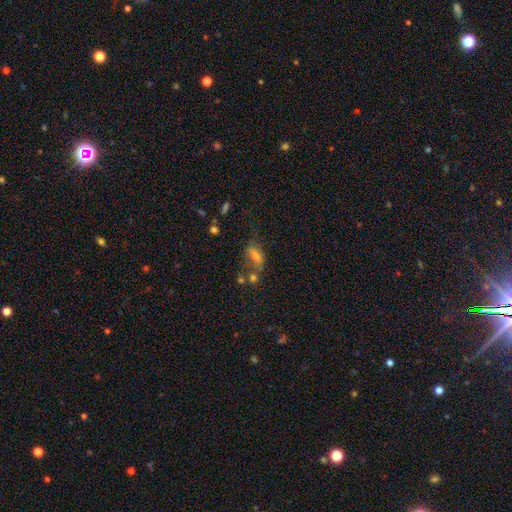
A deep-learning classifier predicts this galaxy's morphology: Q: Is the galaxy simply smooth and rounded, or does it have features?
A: smooth — 60%.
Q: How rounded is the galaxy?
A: in between — 79%.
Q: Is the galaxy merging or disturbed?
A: none — 39%.